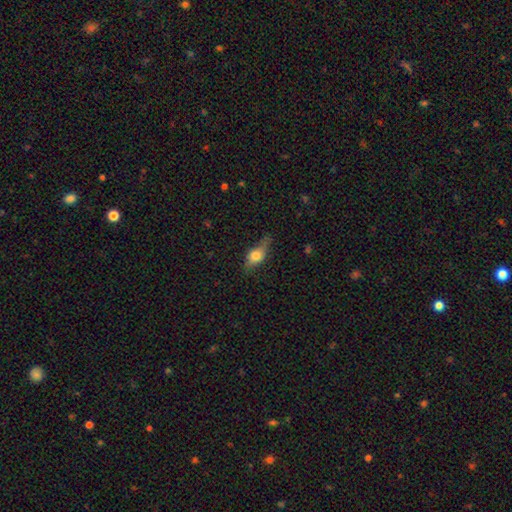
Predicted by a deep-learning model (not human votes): The model was most divided on "merging": none: 53%, minor disturbance: 32%, major disturbance: 12%, merger: 2%. More confident: how rounded — in between (72%); smooth or featured — smooth (65%).